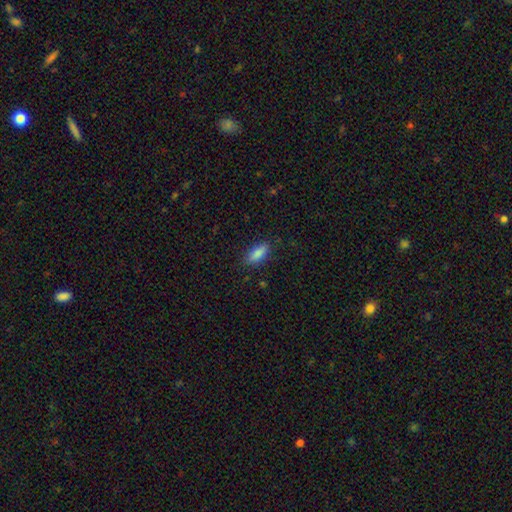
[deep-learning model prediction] A smooth galaxy with no disk features (85%) that is in between round and cigar-shaped (73%).

Vote fractions:
- Smooth or featured? smooth: 85% / star or artifact: 8% / featured or disk: 7%
- How rounded? in between: 73% / cigar-shaped: 24% / round: 2%
- Merging? none: 85% / minor disturbance: 11% / major disturbance: 3% / merger: 1%